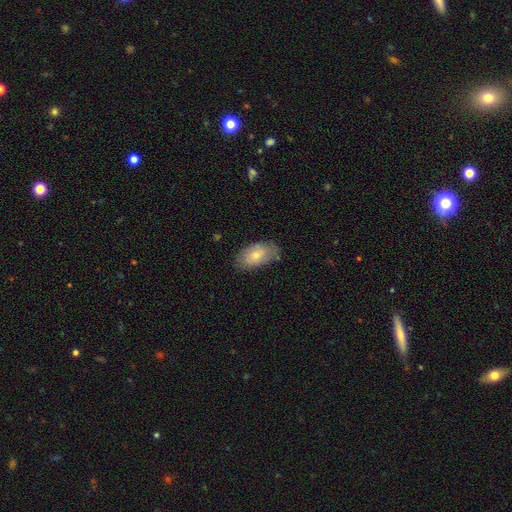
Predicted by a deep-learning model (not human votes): A smooth galaxy with no disk features (72%) that is in between round and cigar-shaped (93%). Merging: none (75%).